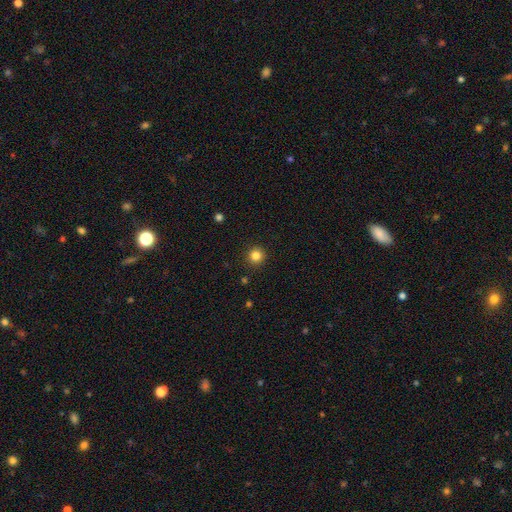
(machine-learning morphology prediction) type=smooth (83%); roundness=round (96%); merging=none (92%).